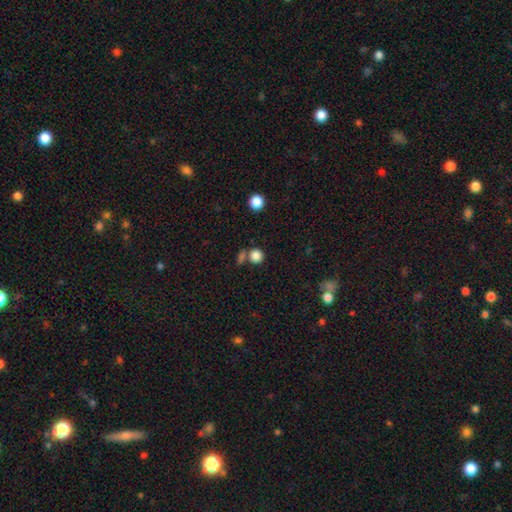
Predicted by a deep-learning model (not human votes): Smooth or featured: smooth — 84% (star or artifact — 11%)
How rounded: round — 90% (in between — 9%)
Merging: none — 65% (merger — 22%)